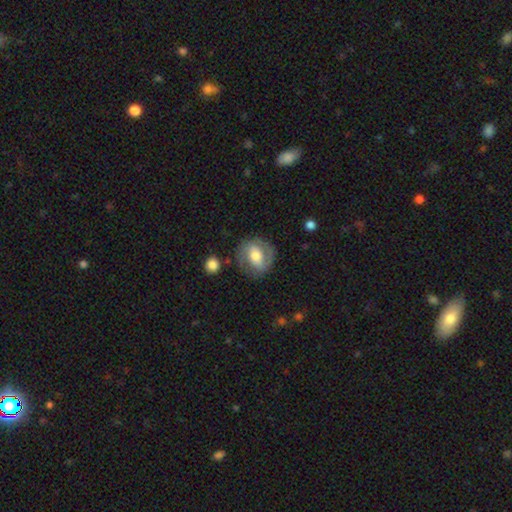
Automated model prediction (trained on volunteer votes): Smooth or featured?
  - featured or disk: 60% *
  - smooth: 34%
  - star or artifact: 6%
Edge-on disk?
  - no: 96% *
  - yes: 4%
Bar?
  - weak: 39% *
  - no: 34%
  - strong: 27%
Spiral arms?
  - yes: 73% *
  - no: 27%
Bulge size?
  - moderate: 67% *
  - small: 16%
  - large: 14%
  - dominant: 2%
  - none: 1%
Merging?
  - none: 78% *
  - minor disturbance: 14%
  - major disturbance: 6%
  - merger: 2%